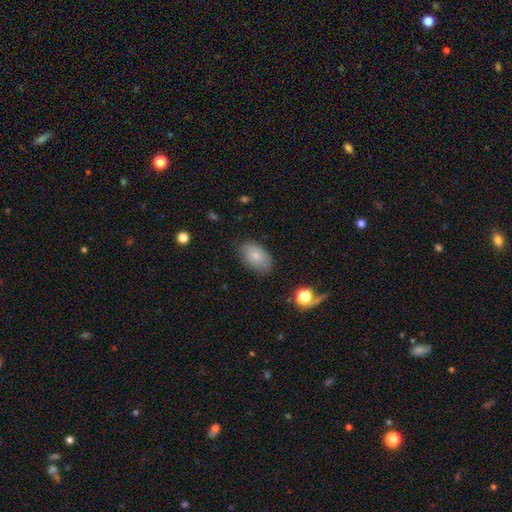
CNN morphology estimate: smooth 79%, featured or disk 13%, star or artifact 8%. Down the decision tree: how rounded — in between (91%); merging — none (77%).